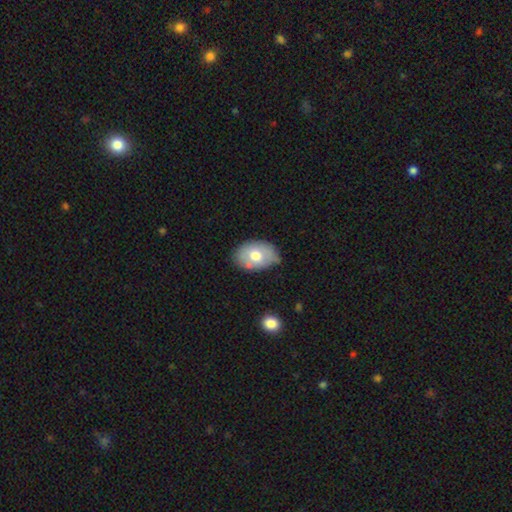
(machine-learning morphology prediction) type=smooth (65%); roundness=in between (81%); merging=none (63%).